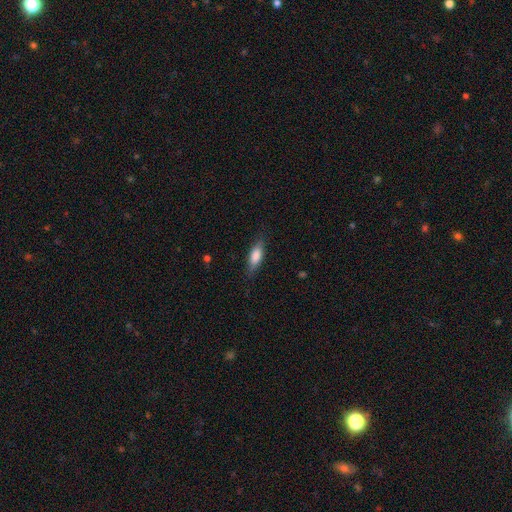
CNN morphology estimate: Smooth or featured: smooth — 77% (featured or disk — 17%)
How rounded: in between — 57% (cigar-shaped — 40%)
Merging: none — 82% (minor disturbance — 14%)